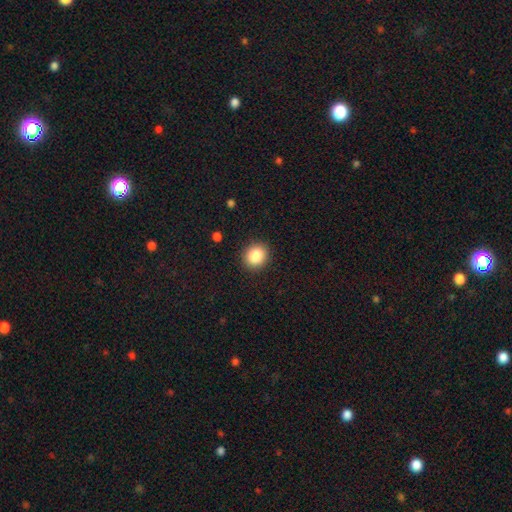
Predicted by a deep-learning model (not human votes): smooth_or_featured: smooth (p=0.86) [alt: star or artifact p=0.09]
how_rounded: round (p=0.78) [alt: in between p=0.21]
merging: none (p=0.90) [alt: minor disturbance p=0.07]